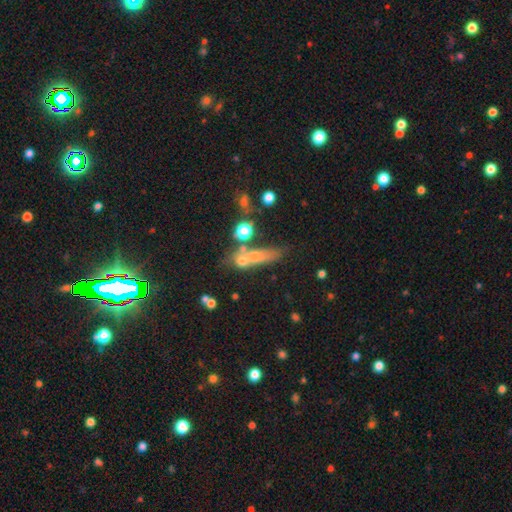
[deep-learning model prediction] Smooth or featured? Predicted: smooth (p=0.55). How rounded? Predicted: cigar-shaped (p=0.51). Merging? Predicted: none (p=0.39).